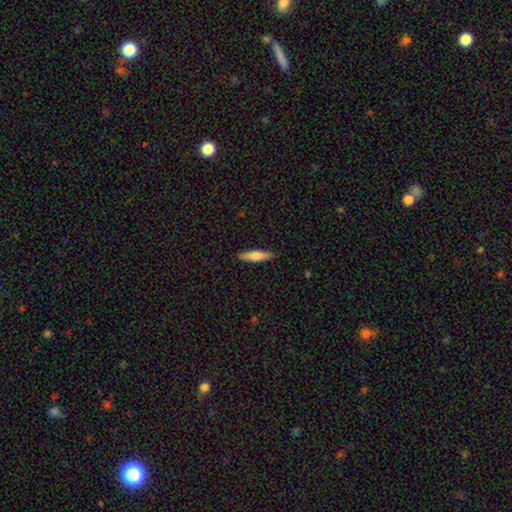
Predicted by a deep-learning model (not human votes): Smooth or featured? Predicted: smooth (p=0.75). How rounded? Predicted: cigar-shaped (p=0.80). Merging? Predicted: none (p=0.88).